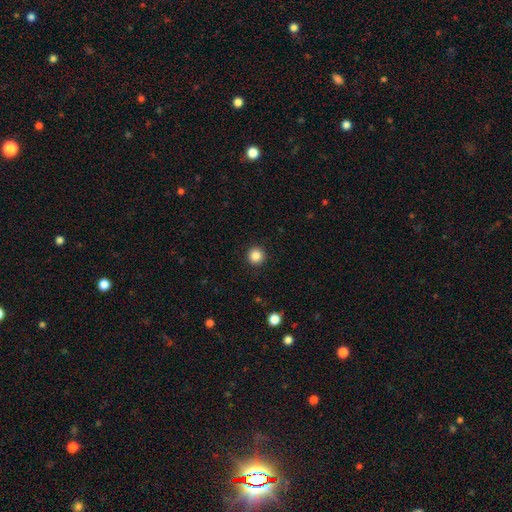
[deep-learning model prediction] Smooth or featured: smooth — 85% (star or artifact — 11%)
How rounded: round — 96% (in between — 3%)
Merging: none — 93% (minor disturbance — 5%)